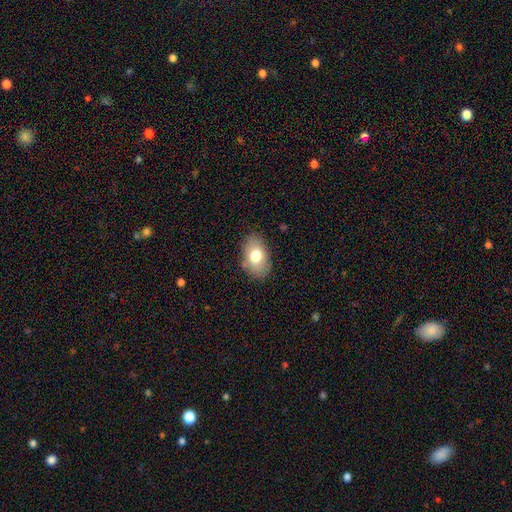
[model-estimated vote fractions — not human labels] A smooth galaxy with no disk features (74%) that is in between round and cigar-shaped (89%). Merging: none (83%).